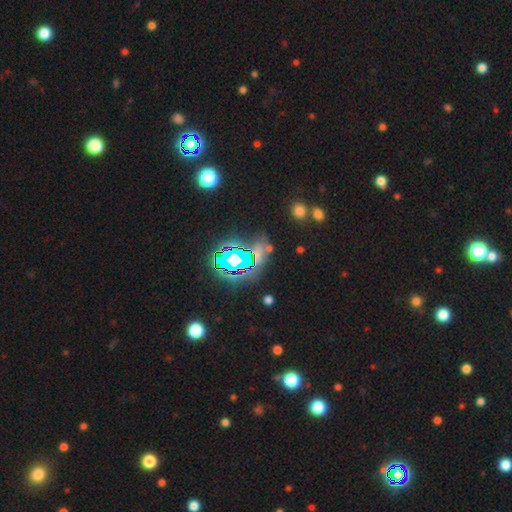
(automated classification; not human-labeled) smooth-or-featured: star or artifact: 66% | smooth: 23% | featured or disk: 12%